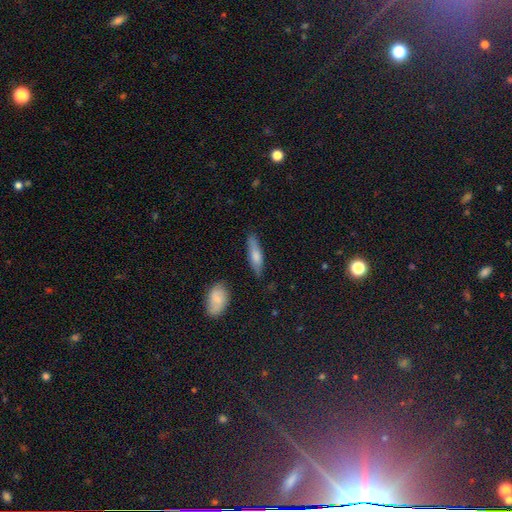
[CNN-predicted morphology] This is likely a smooth galaxy (69%). How rounded: likely cigar-shaped (63%). Merging: likely none (78%).